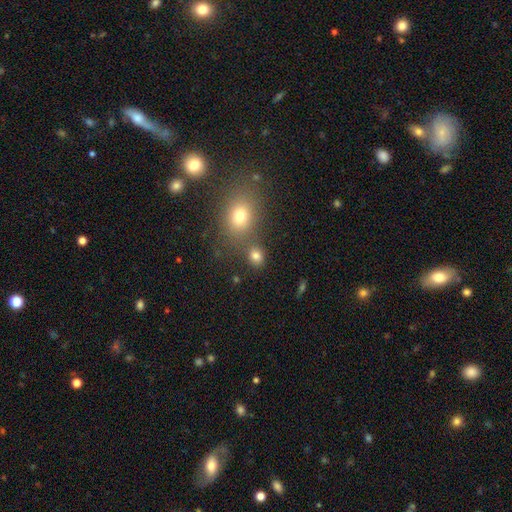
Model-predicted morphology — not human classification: Smooth or featured: smooth — 78% (star or artifact — 15%)
How rounded: round — 60% (in between — 39%)
Merging: none — 69% (merger — 16%)